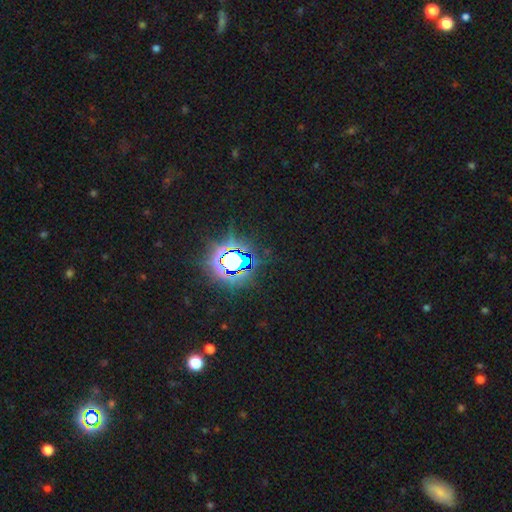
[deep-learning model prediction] Overall: star or artifact (83%).